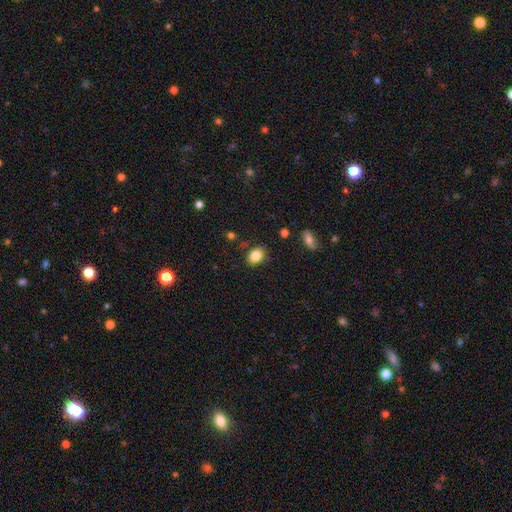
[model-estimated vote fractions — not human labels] A smooth galaxy with no disk features (84%) that is in between round and cigar-shaped (71%). Merging: none (83%).